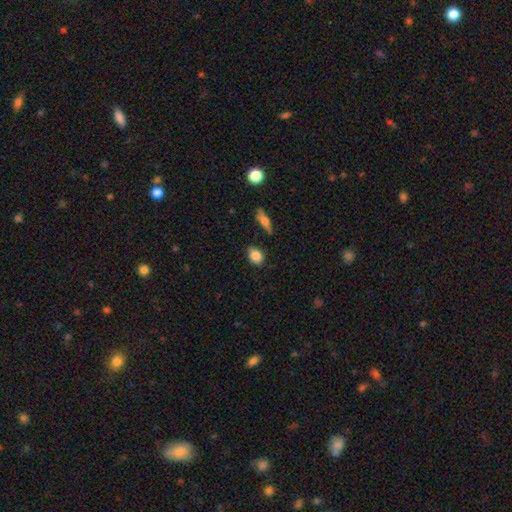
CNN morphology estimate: A smooth galaxy with no disk features (85%) that is in between round and cigar-shaped (71%).

Vote fractions:
- Smooth or featured? smooth: 85% / star or artifact: 8% / featured or disk: 7%
- How rounded? in between: 71% / round: 26% / cigar-shaped: 2%
- Merging? none: 80% / minor disturbance: 14% / major disturbance: 3% / merger: 3%